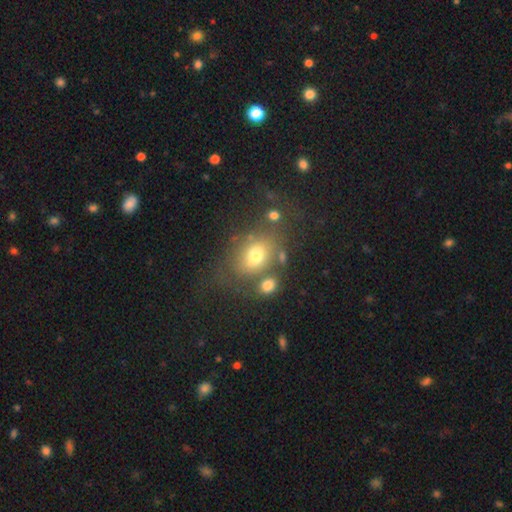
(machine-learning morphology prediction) This appears to be a smooth galaxy with no disk features (68%) that is in between round and cigar-shaped (65%). Merging: none (57%).